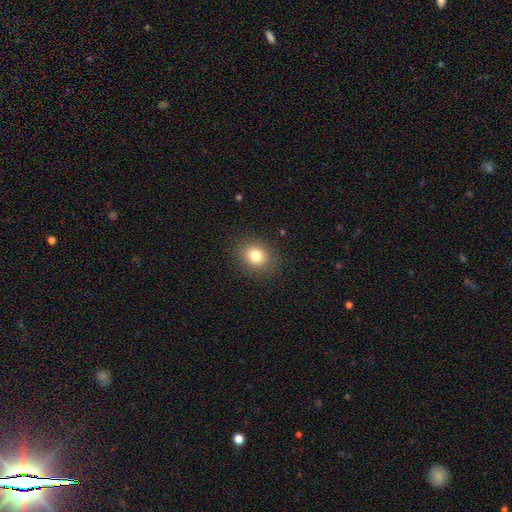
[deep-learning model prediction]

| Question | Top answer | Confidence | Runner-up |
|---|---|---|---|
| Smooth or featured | smooth | 80% | star or artifact (12%) |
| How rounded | round | 62% | in between (37%) |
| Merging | none | 88% | minor disturbance (8%) |